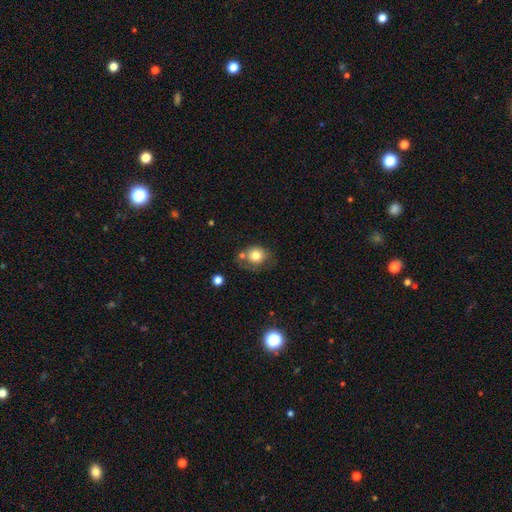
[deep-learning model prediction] Q: Smooth or featured?
A: smooth (77%); runner-up: featured or disk (14%)
Q: How rounded?
A: round (70%); runner-up: in between (29%)
Q: Merging?
A: none (51%); runner-up: minor disturbance (22%)